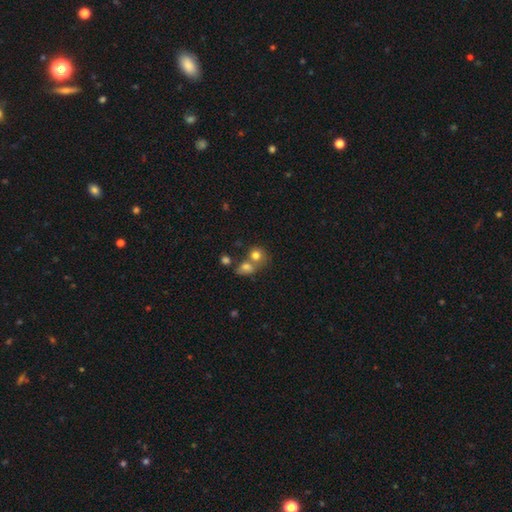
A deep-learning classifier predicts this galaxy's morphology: A smooth galaxy with no disk features (77%) that is round (75%). Merging: merger (49%).